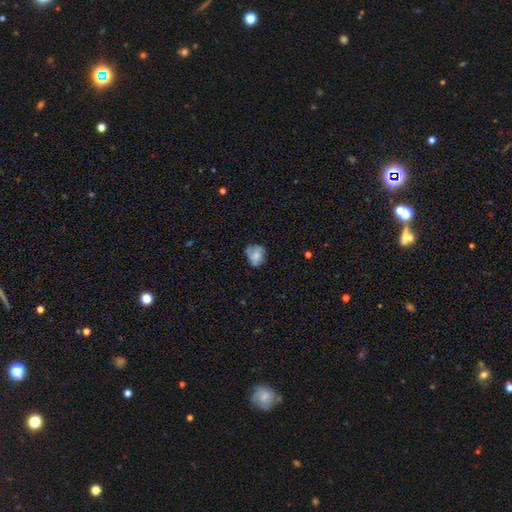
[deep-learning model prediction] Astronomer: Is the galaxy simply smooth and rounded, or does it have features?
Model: smooth — 60%.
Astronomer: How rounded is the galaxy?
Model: round — 55% (runner-up: in between, 44%).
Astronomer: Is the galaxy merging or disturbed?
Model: none — 51% (runner-up: minor disturbance, 31%).